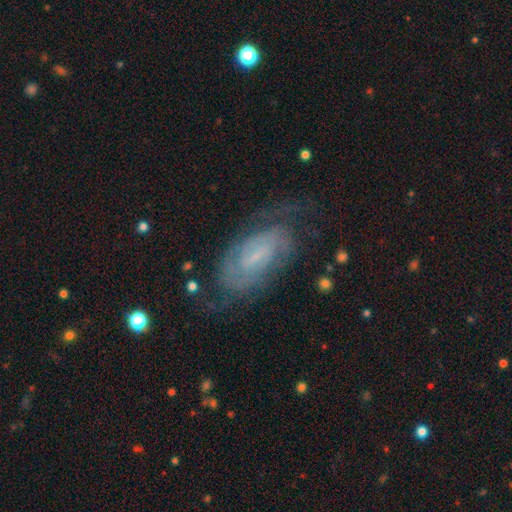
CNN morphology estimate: This is likely a featured or disk galaxy (78%). It is clearly not viewed edge-on (95%). Bar: possibly weak (45%). Spiral arm pattern: clearly yes (94%). Spiral arm count: possibly 2 (57%). Spiral winding: possibly tight (58%). Central bulge: likely small (61%). Merging: likely none (69%).